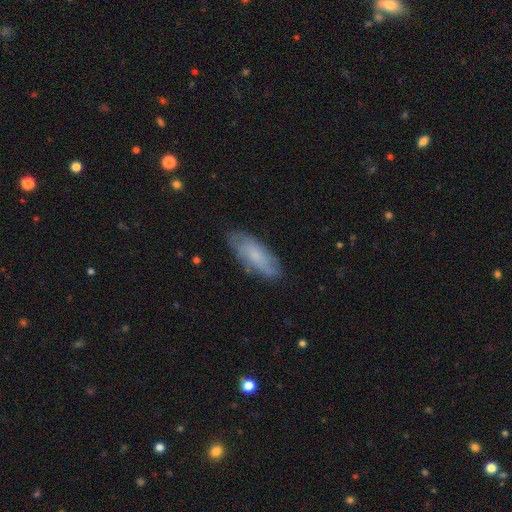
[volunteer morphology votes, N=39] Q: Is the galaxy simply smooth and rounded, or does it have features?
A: smooth — 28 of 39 (72%).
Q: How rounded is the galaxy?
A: in between — 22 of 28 (79%).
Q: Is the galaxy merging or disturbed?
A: none — 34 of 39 (87%).